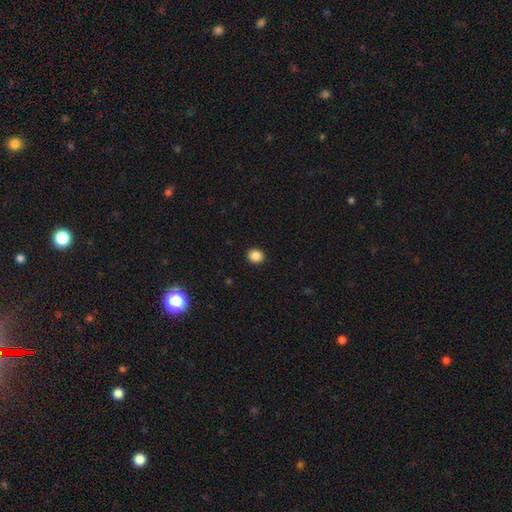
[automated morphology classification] Smooth or featured?
  - smooth: 86% *
  - star or artifact: 11%
  - featured or disk: 3%
How rounded?
  - round: 82% *
  - in between: 17%
  - cigar-shaped: 1%
Merging?
  - none: 92% *
  - minor disturbance: 5%
  - major disturbance: 2%
  - merger: 1%